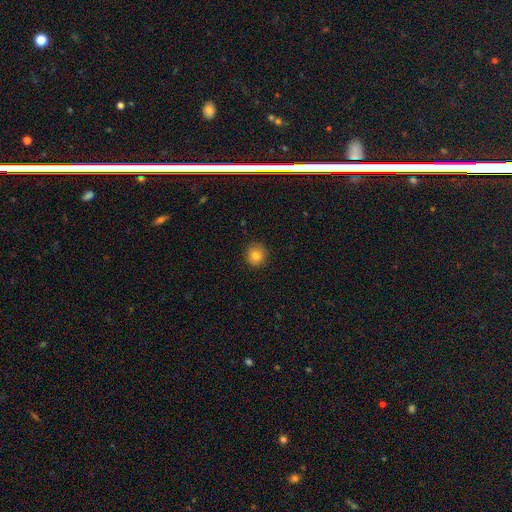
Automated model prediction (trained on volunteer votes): A smooth galaxy with no disk features (81%) that is round (93%).

Vote fractions:
- Smooth or featured? smooth: 81% / star or artifact: 11% / featured or disk: 8%
- How rounded? round: 93% / in between: 6% / cigar-shaped: 1%
- Merging? none: 90% / minor disturbance: 7% / major disturbance: 2% / merger: 1%